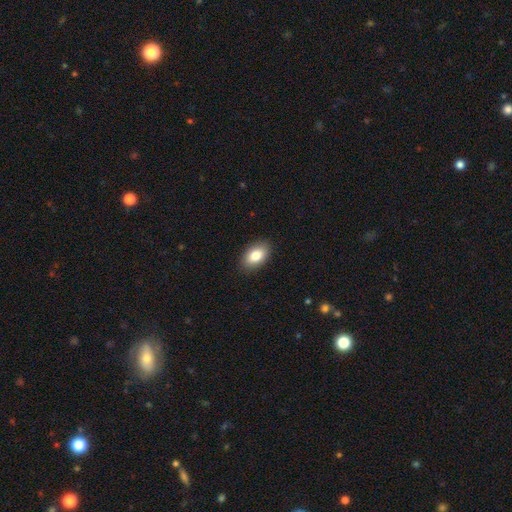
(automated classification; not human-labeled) Overall: smooth (83%). How rounded: in between (92%). Merging: none (88%).